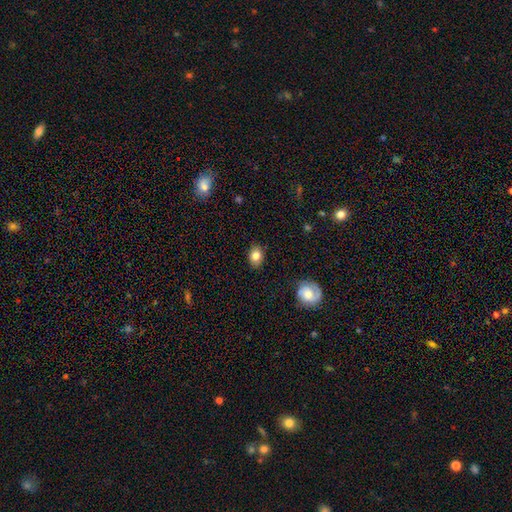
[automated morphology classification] smooth_or_featured: smooth (p=0.82) [alt: featured or disk p=0.10]
how_rounded: in between (p=0.67) [alt: round p=0.32]
merging: none (p=0.86) [alt: minor disturbance p=0.11]